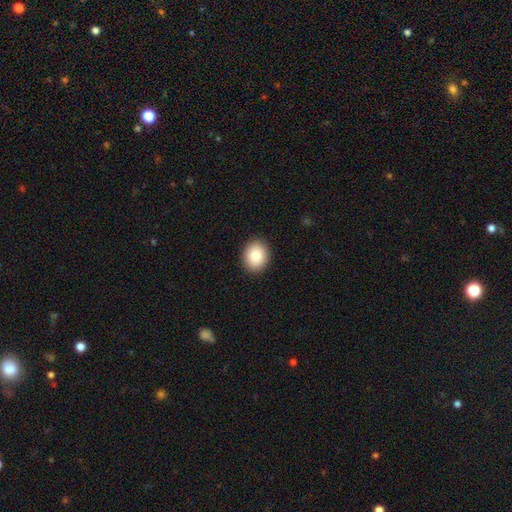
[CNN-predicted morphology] Smooth or featured? smooth (83%)
How rounded? round (65%)
Merging? none (91%)